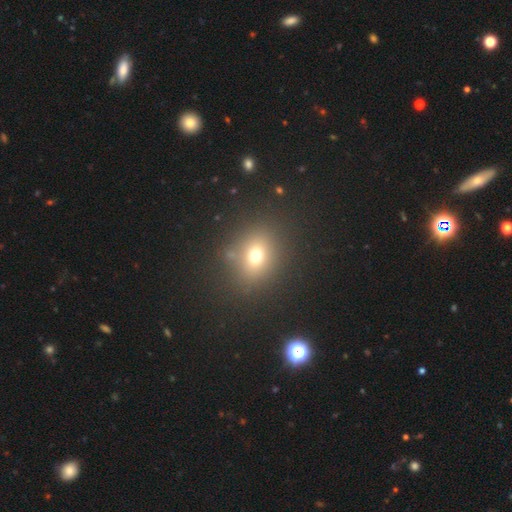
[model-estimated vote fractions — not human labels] A smooth galaxy with no disk features (69%) that is round (63%). Merging: none (82%).